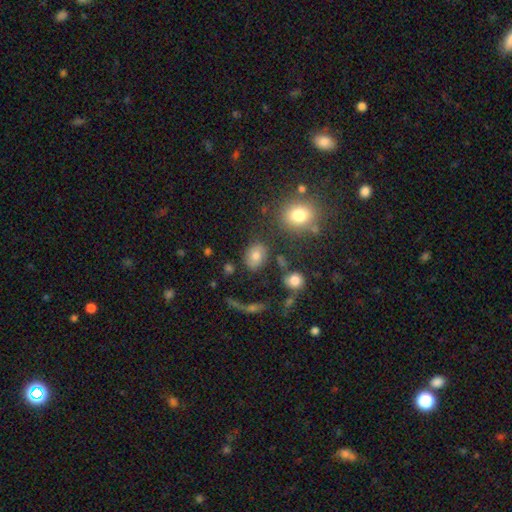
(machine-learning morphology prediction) smooth-or-featured: smooth: 75% | featured or disk: 13% | star or artifact: 12%
  how-rounded: in between: 62% | round: 37% | cigar-shaped: 1%
  merging: none: 77% | minor disturbance: 13% | merger: 5% | major disturbance: 5%